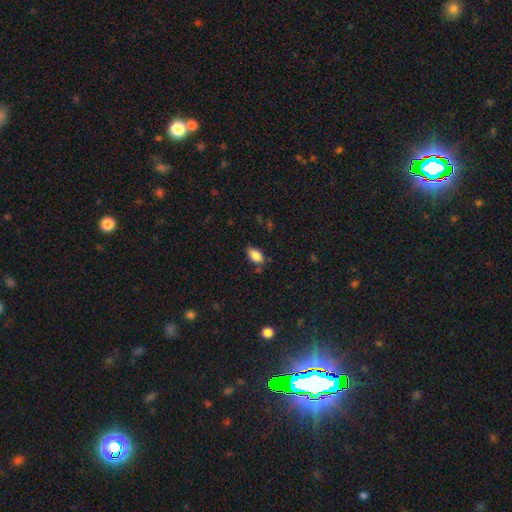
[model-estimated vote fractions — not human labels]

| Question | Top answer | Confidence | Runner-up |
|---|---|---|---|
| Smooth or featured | smooth | 85% | star or artifact (9%) |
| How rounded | in between | 90% | round (7%) |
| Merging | none | 71% | minor disturbance (21%) |